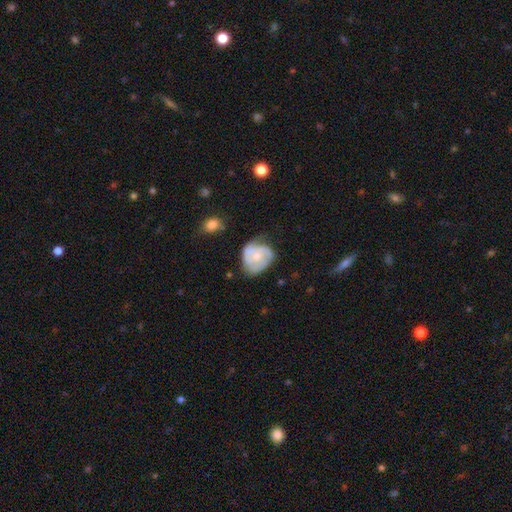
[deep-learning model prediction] The model was most divided on "bulge size": small: 47%, moderate: 43%, none: 6%, large: 3%, dominant: 1%. Remaining: edge-on disk — no (98%); bar — no (79%); spiral arms — yes (63%); smooth or featured — featured or disk (56%); merging — none (42%).